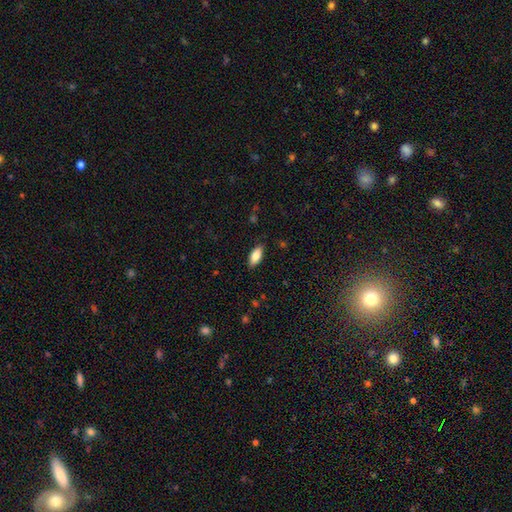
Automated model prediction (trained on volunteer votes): Smooth or featured: smooth — 84% (featured or disk — 10%)
How rounded: in between — 84% (cigar-shaped — 14%)
Merging: none — 86% (minor disturbance — 11%)